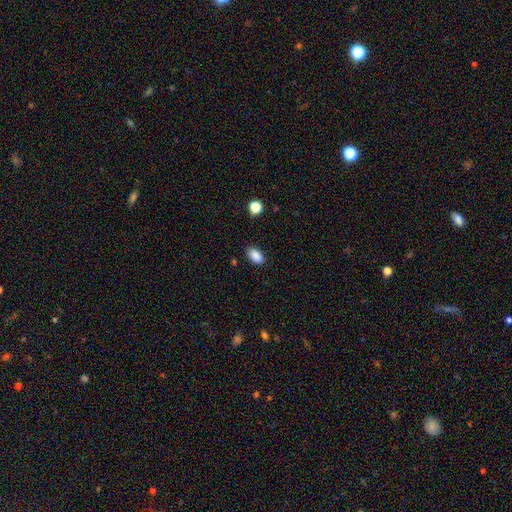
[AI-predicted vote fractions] smooth 88%, star or artifact 9%, featured or disk 4%. Down the decision tree: how rounded — in between (91%); merging — none (86%).